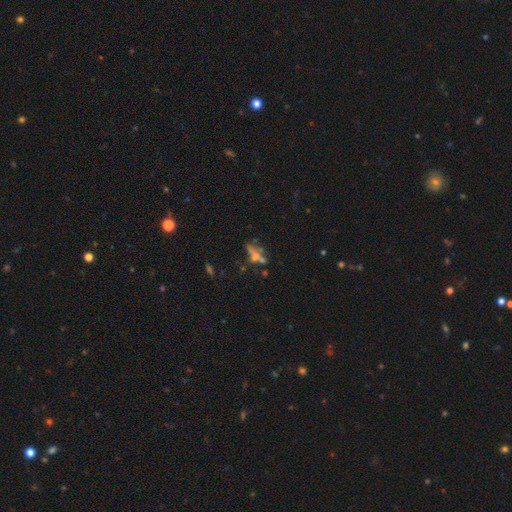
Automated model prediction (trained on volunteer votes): Morphology: type=featured or disk (42%); merging=none (37%).